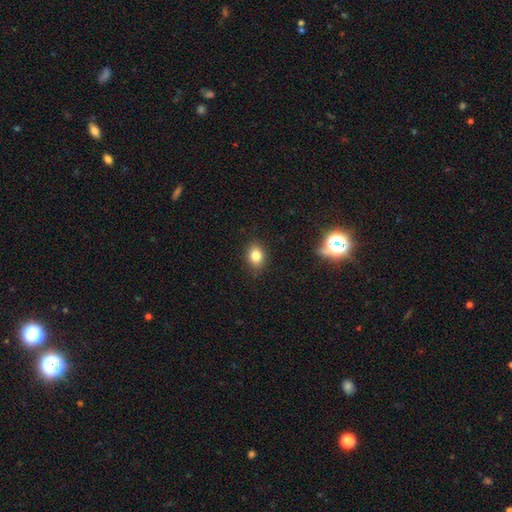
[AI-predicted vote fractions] A smooth galaxy with no disk features (81%) that is in between round and cigar-shaped (63%). Merging: none (86%).